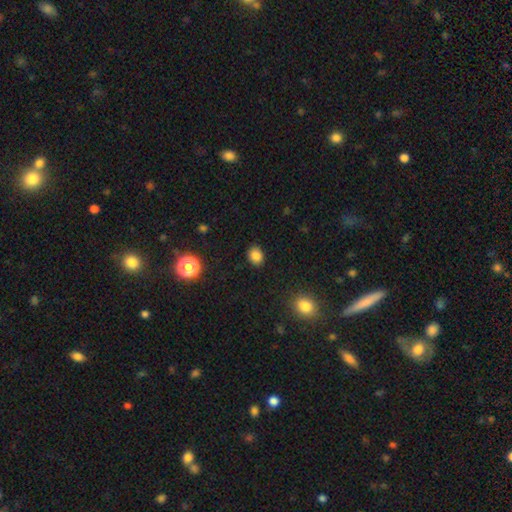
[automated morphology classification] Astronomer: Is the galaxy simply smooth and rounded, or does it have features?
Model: smooth — 83%.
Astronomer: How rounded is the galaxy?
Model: round — 58% (runner-up: in between, 42%).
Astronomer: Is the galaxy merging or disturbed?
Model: none — 87%.